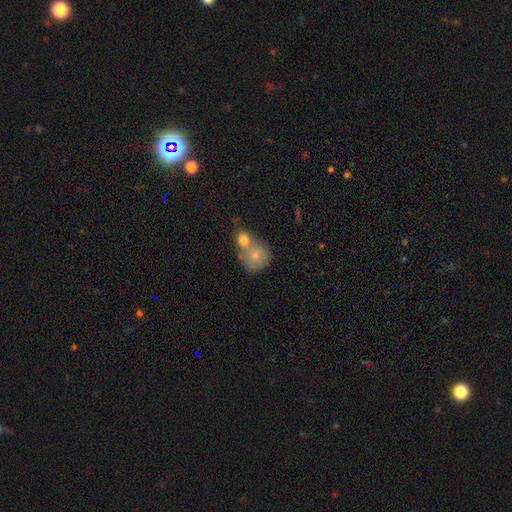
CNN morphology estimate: Smooth or featured? smooth (74%)
How rounded? round (79%)
Merging? merger (65%)